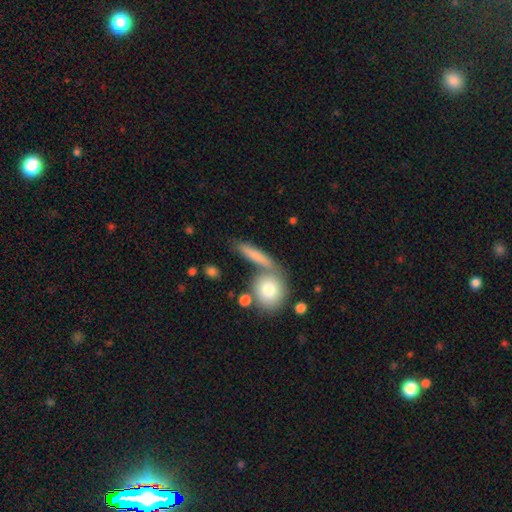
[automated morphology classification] Smooth or featured: smooth — 76% (featured or disk — 17%)
How rounded: cigar-shaped — 59% (in between — 24%)
Merging: none — 61% (merger — 21%)